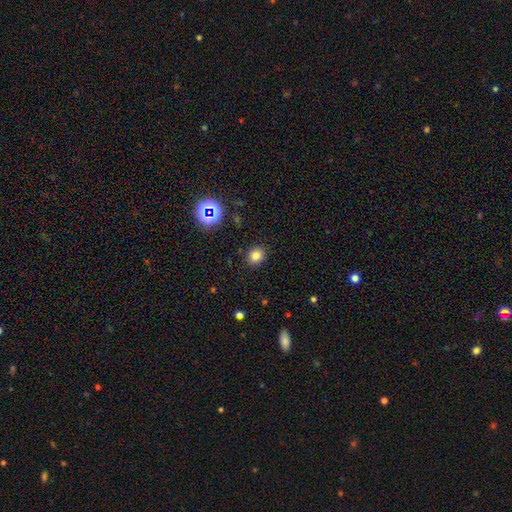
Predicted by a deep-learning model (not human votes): Q: Smooth or featured?
A: smooth (78%); runner-up: star or artifact (15%)
Q: How rounded?
A: round (68%); runner-up: in between (32%)
Q: Merging?
A: none (89%); runner-up: minor disturbance (8%)